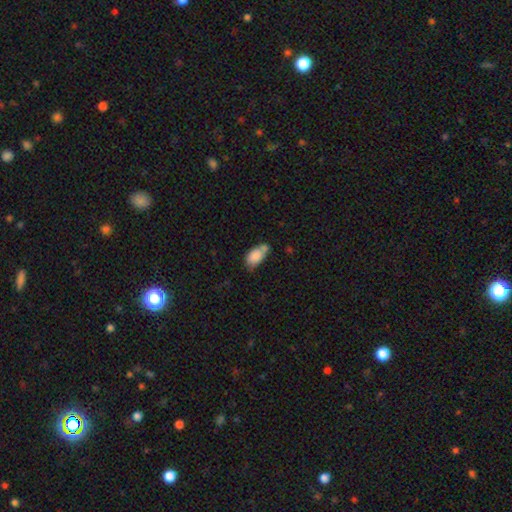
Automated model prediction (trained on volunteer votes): A smooth galaxy with no disk features (82%) that is in between round and cigar-shaped (89%). Merging: none (37%).